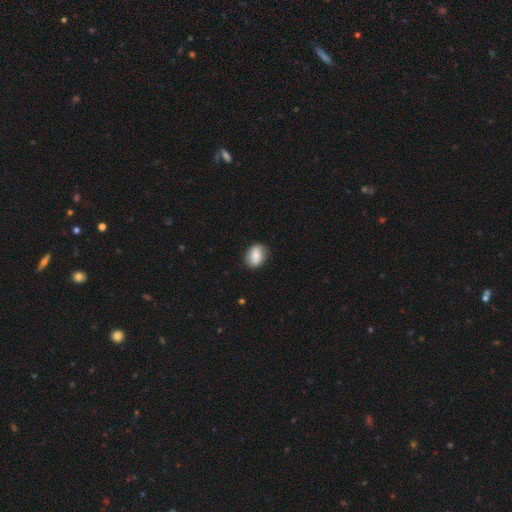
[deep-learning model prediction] Overall: smooth (75%). How rounded: in between (70%). Merging: none (81%).